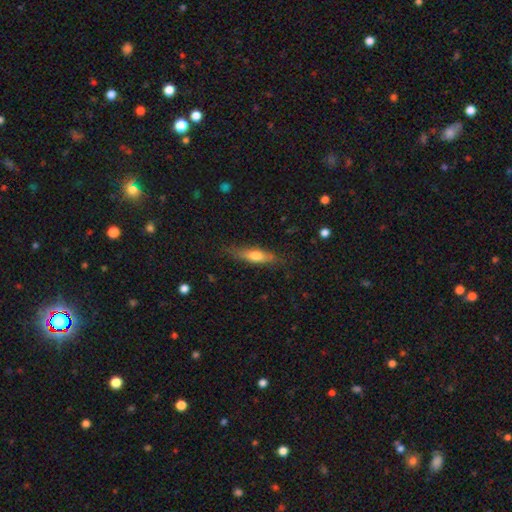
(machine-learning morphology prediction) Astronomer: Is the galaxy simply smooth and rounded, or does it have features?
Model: smooth — 60%.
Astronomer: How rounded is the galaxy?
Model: cigar-shaped — 66%.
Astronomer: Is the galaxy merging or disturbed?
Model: none — 78%.